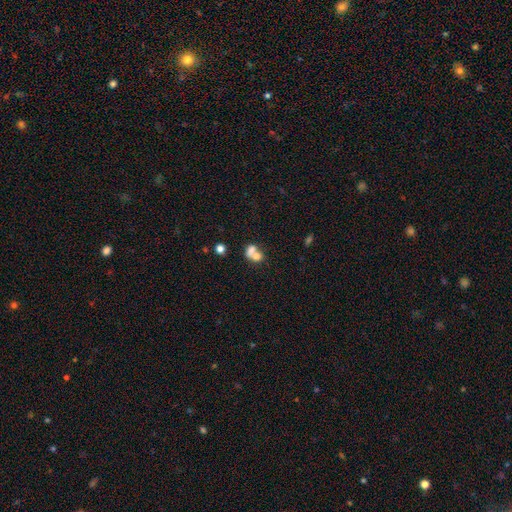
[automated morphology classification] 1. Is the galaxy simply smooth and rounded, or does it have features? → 68% smooth, 21% featured or disk, 11% star or artifact.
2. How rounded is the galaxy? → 51% in between, 47% round, 1% cigar-shaped.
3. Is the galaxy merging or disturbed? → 66% merger, 22% none, 7% minor disturbance, 6% major disturbance.